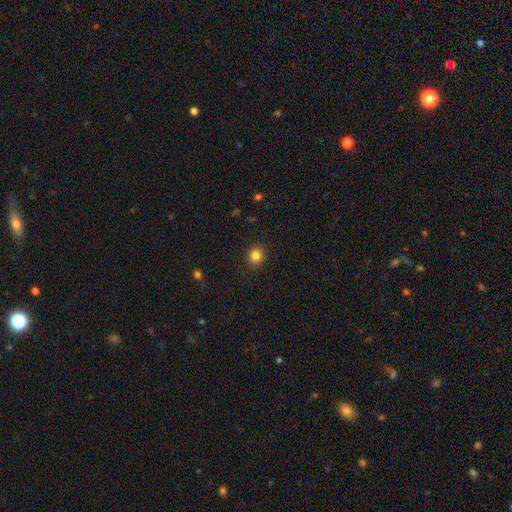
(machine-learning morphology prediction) Overall: smooth (83%). How rounded: round (83%). Merging: none (90%).